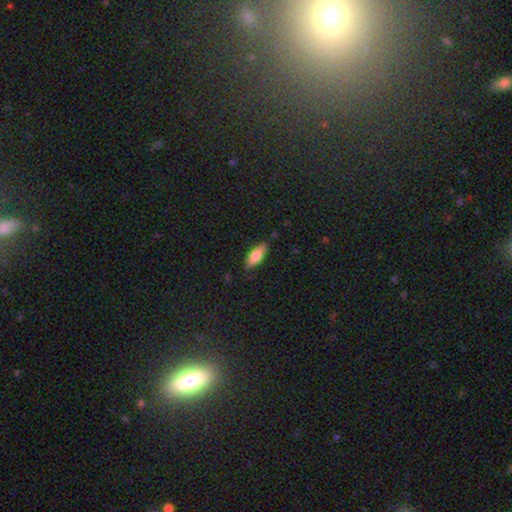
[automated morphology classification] smooth-or-featured: smooth: 70% | featured or disk: 24% | star or artifact: 7%
  how-rounded: in between: 69% | cigar-shaped: 29% | round: 2%
  merging: none: 84% | minor disturbance: 13% | major disturbance: 2% | merger: 1%